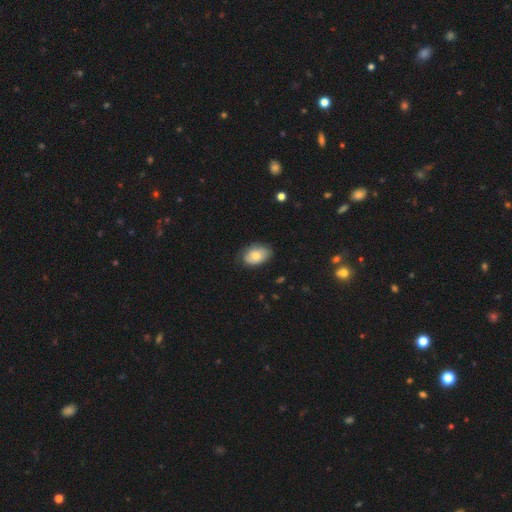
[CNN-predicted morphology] This appears to be a smooth galaxy with no disk features (72%) that is in between round and cigar-shaped (86%). Merging: none (74%).